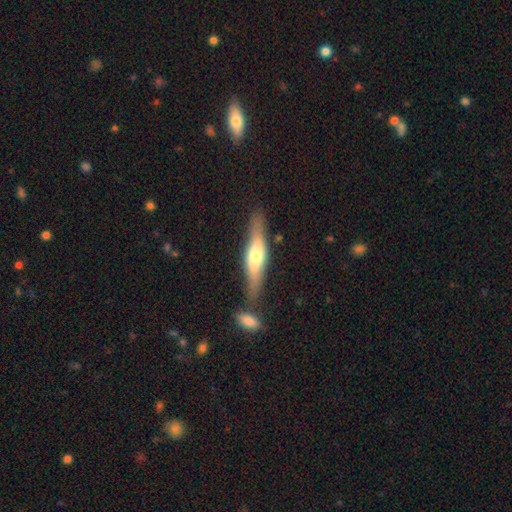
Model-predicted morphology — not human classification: type=featured or disk (52%); edge-on=yes (88%); merging=none (73%).